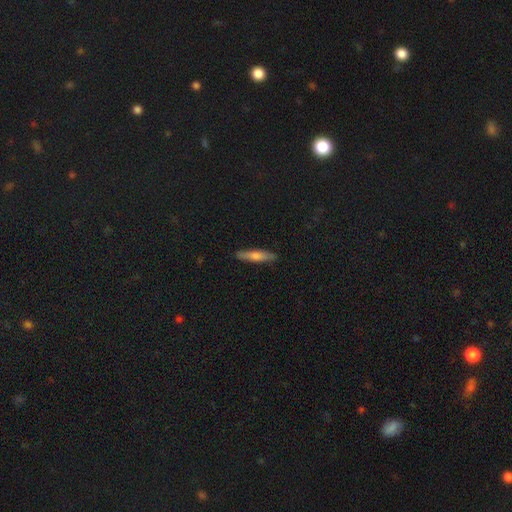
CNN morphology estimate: This appears to be a smooth galaxy with no disk features (61%) that is cigar-shaped (87%). Merging: none (89%).